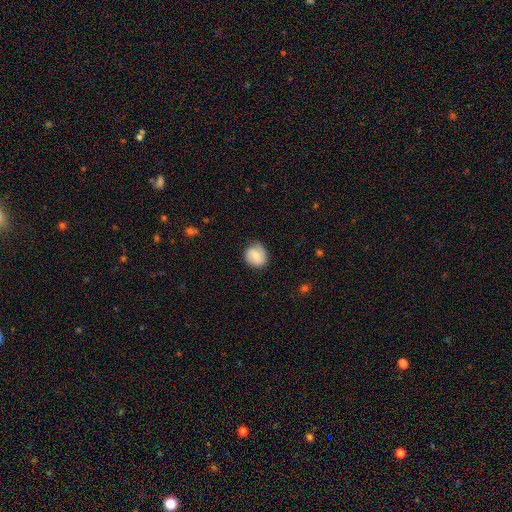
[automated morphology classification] Overall: smooth (52%; featured or disk 41%). How rounded: round (78%). Merging: none (73%).